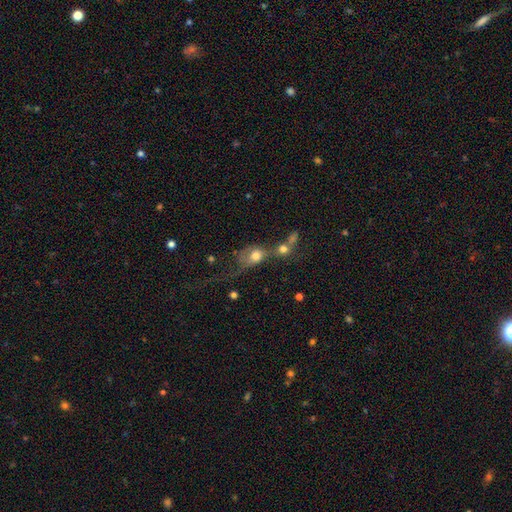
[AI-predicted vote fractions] Smooth or featured: smooth — 63% (featured or disk — 25%)
How rounded: in between — 49% (round — 47%)
Merging: merger — 61% (major disturbance — 18%)